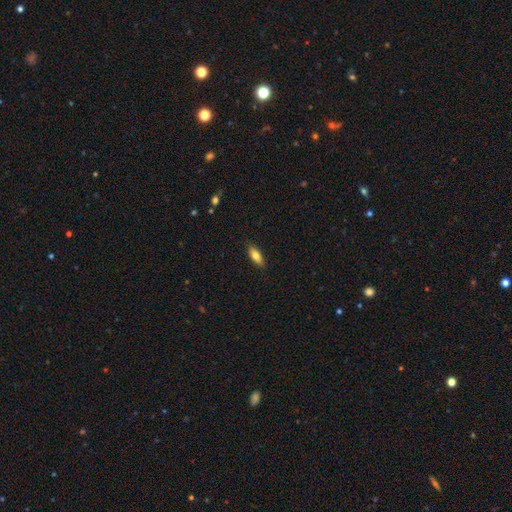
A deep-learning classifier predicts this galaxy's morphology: A smooth galaxy with no disk features (74%) that is in between round and cigar-shaped (71%). Merging: none (88%).